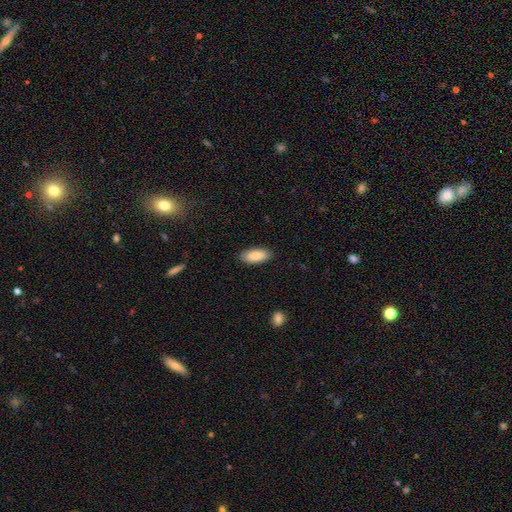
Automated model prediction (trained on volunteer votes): Smooth or featured: smooth — 88% (featured or disk — 6%)
How rounded: in between — 86% (cigar-shaped — 12%)
Merging: none — 89% (minor disturbance — 8%)